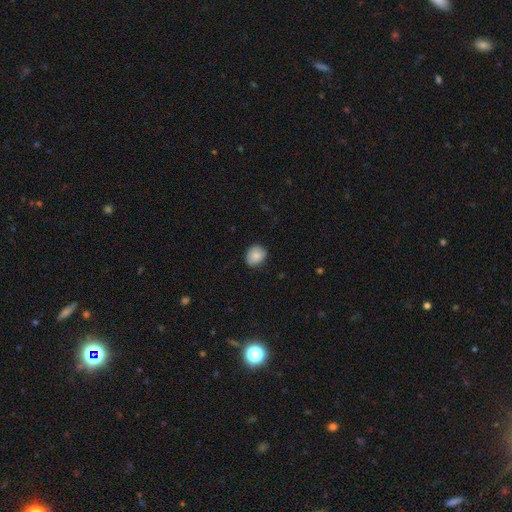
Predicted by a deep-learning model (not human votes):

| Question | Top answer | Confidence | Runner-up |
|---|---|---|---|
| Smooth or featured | smooth | 86% | star or artifact (8%) |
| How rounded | round | 56% | in between (43%) |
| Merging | none | 83% | minor disturbance (14%) |